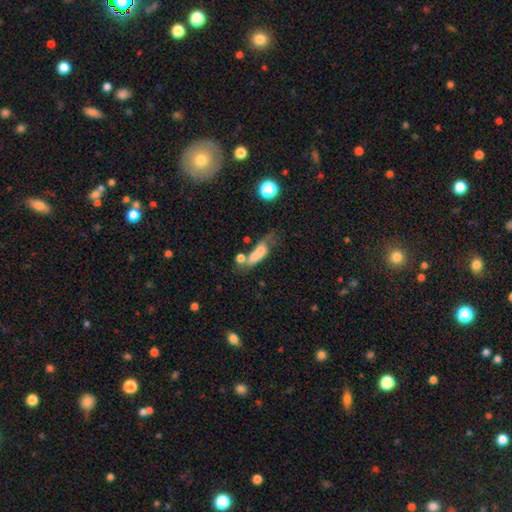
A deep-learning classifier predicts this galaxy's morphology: smooth_or_featured: smooth (p=0.66) [alt: featured or disk p=0.23]
how_rounded: in between (p=0.55) [alt: cigar-shaped p=0.39]
merging: merger (p=0.29) [alt: none p=0.26]